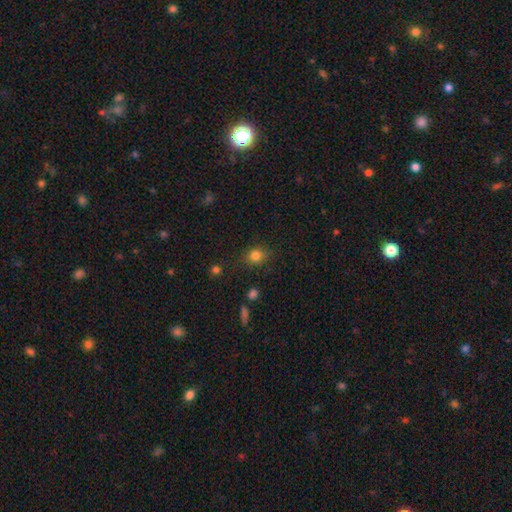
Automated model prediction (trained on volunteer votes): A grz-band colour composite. It shows a smooth galaxy with no disk features (81%) that is round (66%). Merging: none (80%).